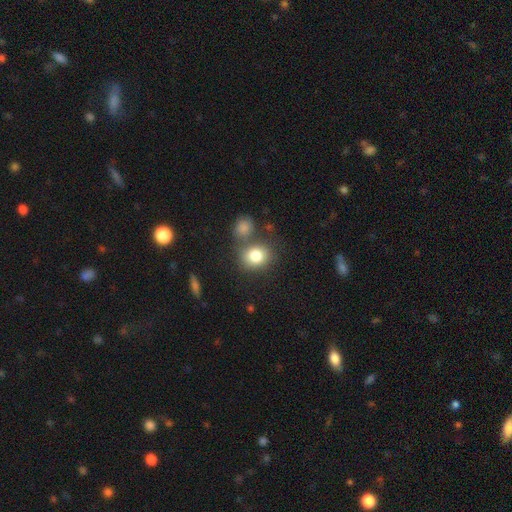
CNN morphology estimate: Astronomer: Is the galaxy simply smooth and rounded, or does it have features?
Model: smooth — 81%.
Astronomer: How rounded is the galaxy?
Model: round — 68%.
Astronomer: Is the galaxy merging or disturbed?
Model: none — 60%.